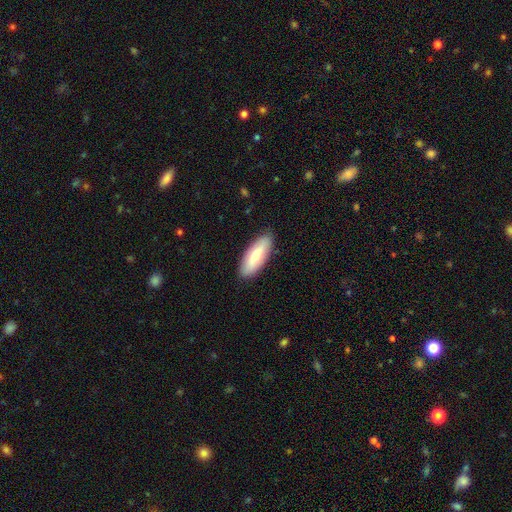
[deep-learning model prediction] Smooth or featured?
  - smooth: 70% *
  - featured or disk: 25%
  - star or artifact: 5%
How rounded?
  - in between: 69% *
  - cigar-shaped: 29%
  - round: 2%
Merging?
  - none: 88% *
  - minor disturbance: 9%
  - major disturbance: 2%
  - merger: 1%